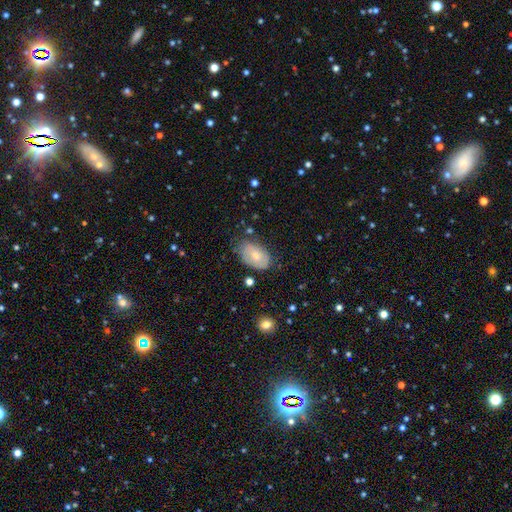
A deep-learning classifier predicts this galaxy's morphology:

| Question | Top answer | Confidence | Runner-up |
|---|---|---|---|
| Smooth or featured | smooth | 64% | featured or disk (29%) |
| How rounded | in between | 90% | round (9%) |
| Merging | none | 62% | minor disturbance (28%) |